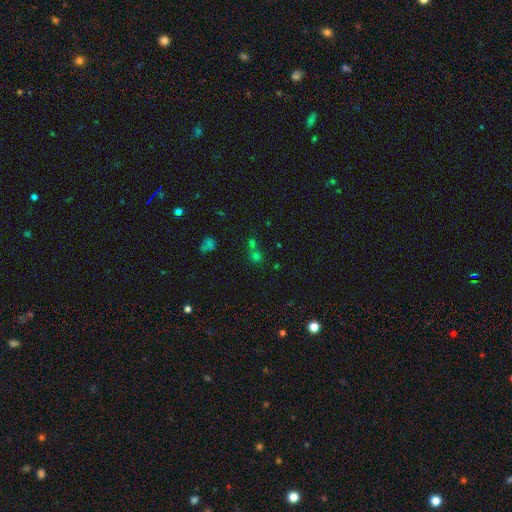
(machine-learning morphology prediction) type=smooth (46%); merging=none (56%).